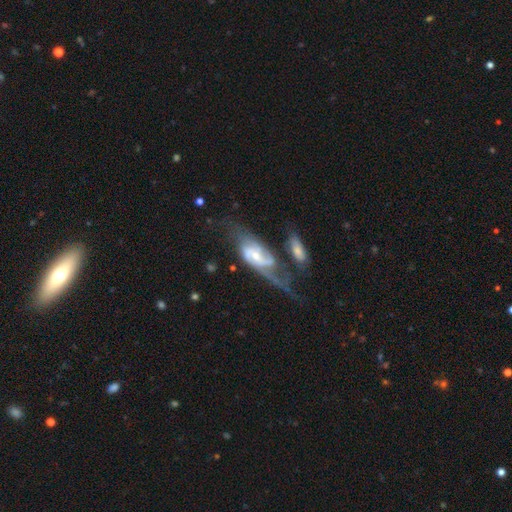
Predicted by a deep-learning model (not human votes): smooth_or_featured: featured or disk (p=0.82) [alt: smooth p=0.12]
disk_edge_on: no (p=0.93) [alt: yes p=0.07]
bar: weak (p=0.48) [alt: no p=0.35]
has_spiral_arms: yes (p=0.93) [alt: no p=0.07]
spiral_winding: medium (p=0.41) [alt: loose p=0.39]
spiral_arm_count: 2 (p=0.74) [alt: can't tell p=0.12]
bulge_size: small (p=0.48) [alt: moderate p=0.42]
merging: major disturbance (p=0.32) [alt: merger p=0.26]